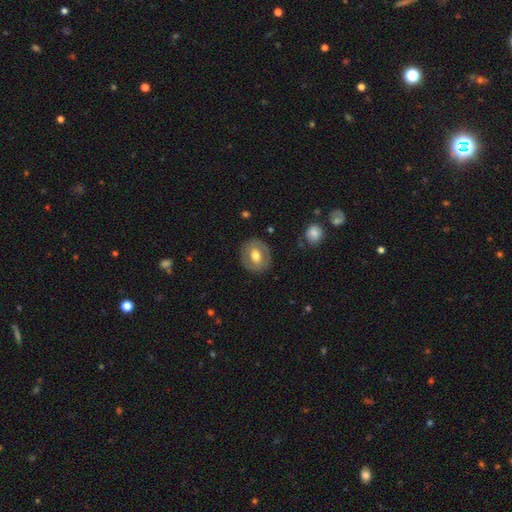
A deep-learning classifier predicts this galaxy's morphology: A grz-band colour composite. It shows a smooth galaxy with no disk features (49%). Merging: none (83%).